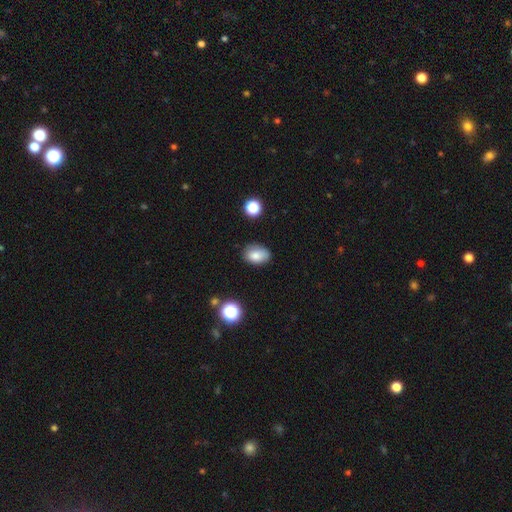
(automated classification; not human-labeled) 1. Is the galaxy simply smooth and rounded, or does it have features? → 81% smooth, 10% star or artifact, 9% featured or disk.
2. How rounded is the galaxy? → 82% in between, 16% round, 1% cigar-shaped.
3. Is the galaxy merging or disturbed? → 73% none, 20% minor disturbance, 4% major disturbance, 2% merger.